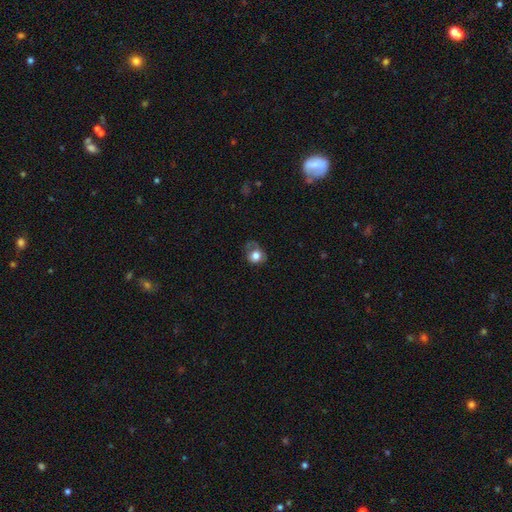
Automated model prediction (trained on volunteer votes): Morphology: type=smooth (74%); roundness=round (67%); merging=none (46%).